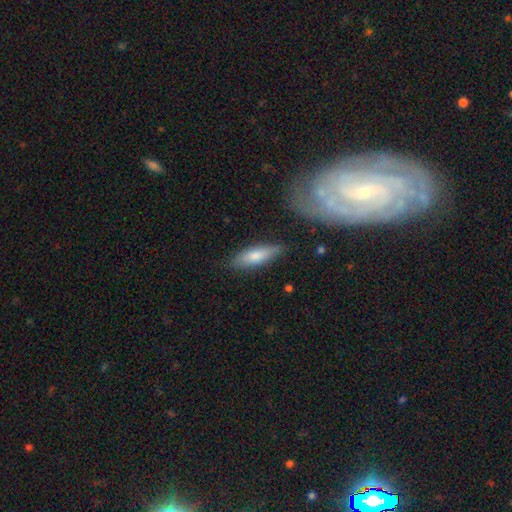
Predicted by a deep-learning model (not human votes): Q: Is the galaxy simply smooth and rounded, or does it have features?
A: featured or disk — 49%.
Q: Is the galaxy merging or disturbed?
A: none — 73%.